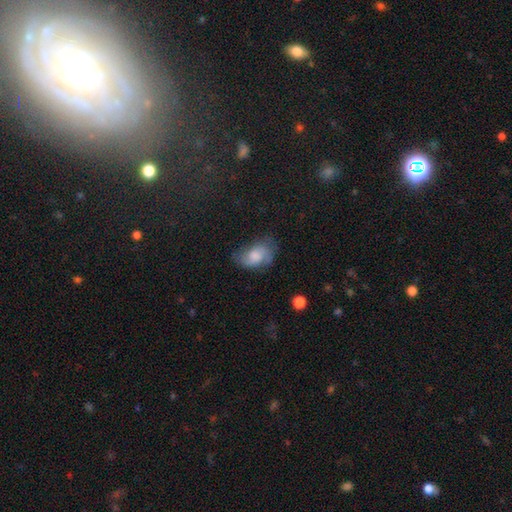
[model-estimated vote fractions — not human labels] Smooth or featured? Predicted: smooth (p=0.58). How rounded? Predicted: in between (p=0.87). Merging? Predicted: none (p=0.49).